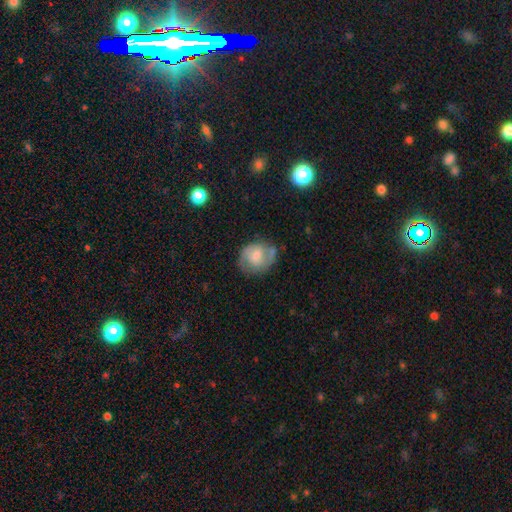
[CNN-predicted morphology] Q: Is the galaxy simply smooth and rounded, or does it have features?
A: featured or disk — 59%.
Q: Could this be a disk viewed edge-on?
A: no — 97%.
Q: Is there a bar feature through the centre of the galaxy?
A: weak — 46%.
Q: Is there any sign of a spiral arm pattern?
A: yes — 85%.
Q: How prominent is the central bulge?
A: moderate — 42%.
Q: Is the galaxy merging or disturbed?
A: none — 64%.